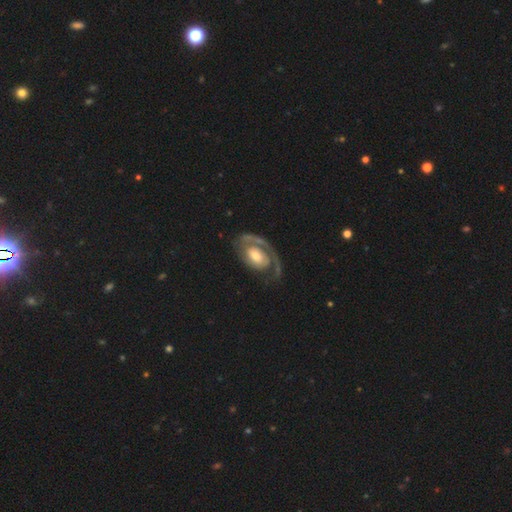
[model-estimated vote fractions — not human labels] A featured or disk galaxy (77%) with no bar (68%), 1 (66%) tight (56%) spiral arms (84%) and a moderate central bulge (51%).

Vote fractions:
- Smooth or featured? featured or disk: 77% / smooth: 18% / star or artifact: 5%
- Edge-on disk? no: 96% / yes: 4%
- Bar? no: 68% / weak: 24% / strong: 8%
- Spiral arms? yes: 84% / no: 16%
- Spiral winding? tight: 56% / medium: 28% / loose: 15%
- Spiral arm count? 1: 66% / 2: 19% / can't tell: 10% / 3: 2% / 4: 1% / more than 4: 1%
- Bulge size? moderate: 51% / small: 24% / large: 20% / none: 3% / dominant: 2%
- Merging? none: 54% / major disturbance: 23% / minor disturbance: 19% / merger: 3%